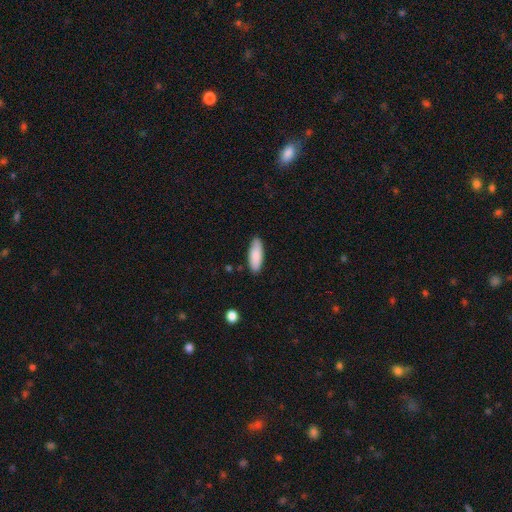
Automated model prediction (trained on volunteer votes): Morphology: type=smooth (87%); roundness=in between (67%); merging=none (87%).